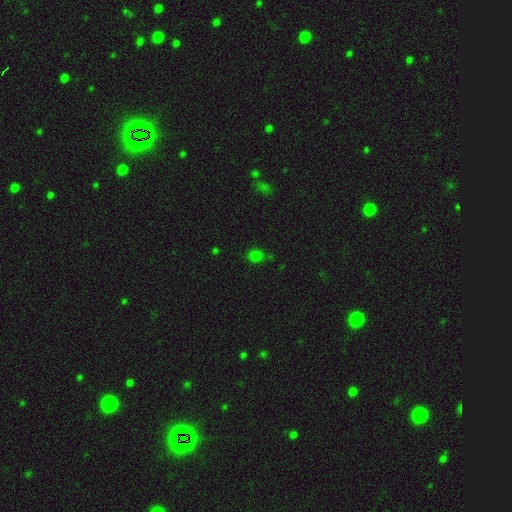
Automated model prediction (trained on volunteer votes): Smooth or featured? smooth (73%)
How rounded? round (64%)
Merging? none (75%)